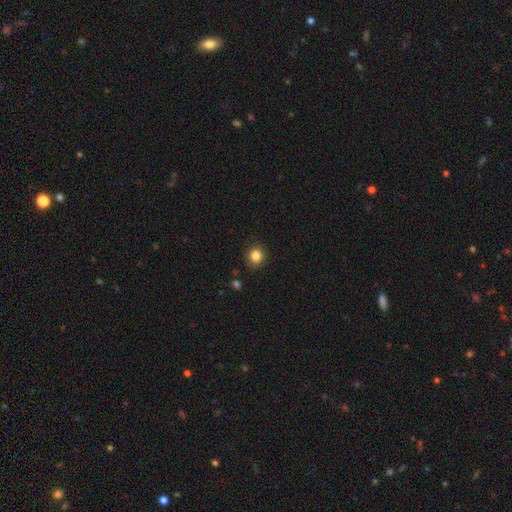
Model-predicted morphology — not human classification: A smooth galaxy with no disk features (85%) that is round (81%).

Vote fractions:
- Smooth or featured? smooth: 85% / star or artifact: 11% / featured or disk: 4%
- How rounded? round: 81% / in between: 18% / cigar-shaped: 1%
- Merging? none: 88% / minor disturbance: 8% / major disturbance: 2% / merger: 1%